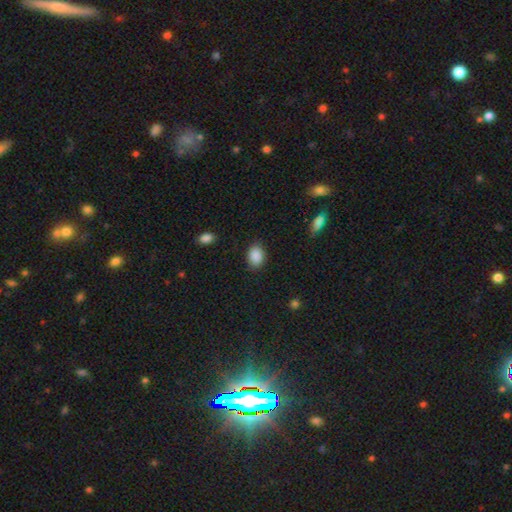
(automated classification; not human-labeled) This is clearly a smooth galaxy (89%). How rounded: likely in between (73%). Merging: clearly none (85%).